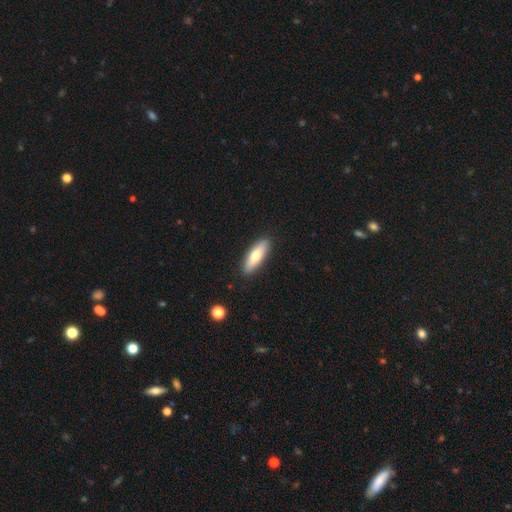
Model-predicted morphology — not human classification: smooth 70%, featured or disk 24%, star or artifact 6%. Down the decision tree: how rounded — in between (51%); merging — none (89%).